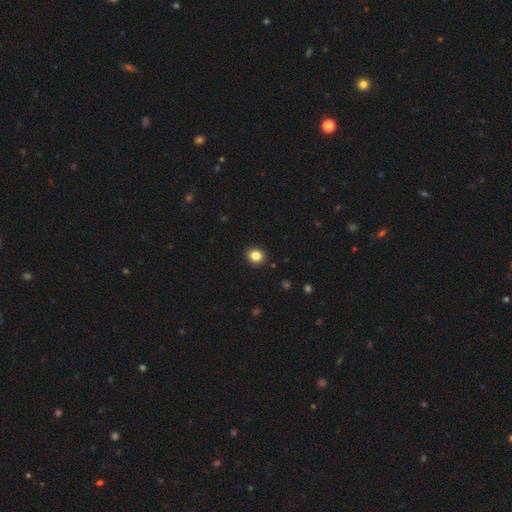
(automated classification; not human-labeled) This appears to be a smooth galaxy with no disk features (85%) that is round (81%). Merging: none (92%).